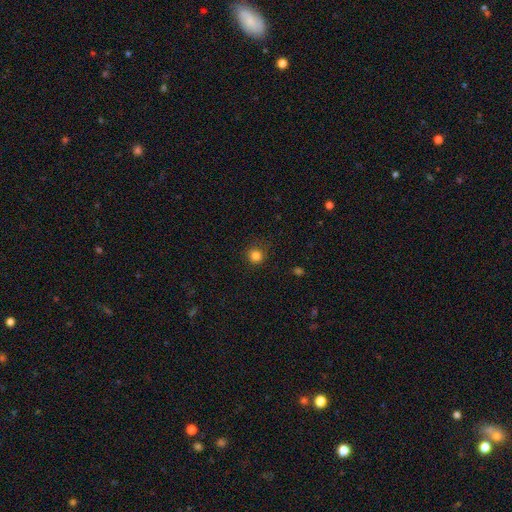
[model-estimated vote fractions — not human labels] Overall: smooth (83%). How rounded: round (93%). Merging: none (88%).